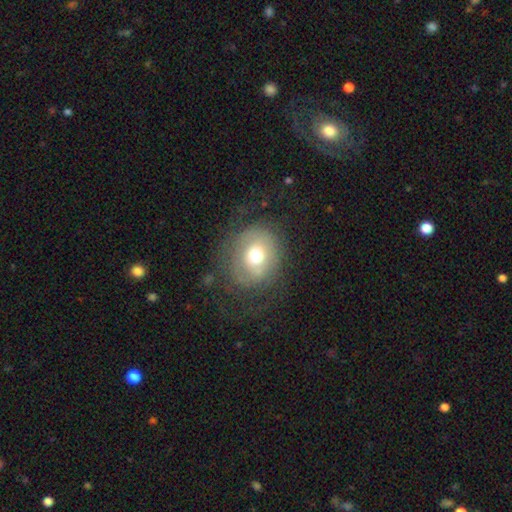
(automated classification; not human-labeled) smooth_or_featured: smooth (p=0.48) [alt: featured or disk p=0.41]
merging: none (p=0.65) [alt: minor disturbance p=0.18]